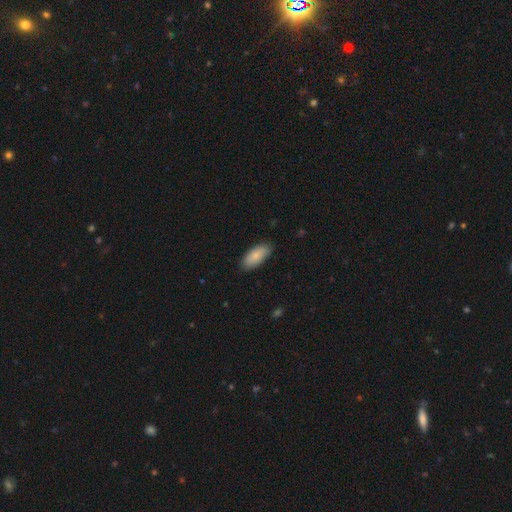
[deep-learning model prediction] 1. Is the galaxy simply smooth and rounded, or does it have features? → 85% smooth, 9% featured or disk, 6% star or artifact.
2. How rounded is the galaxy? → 90% in between, 8% cigar-shaped, 2% round.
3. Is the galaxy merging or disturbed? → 85% none, 12% minor disturbance, 2% major disturbance, 1% merger.